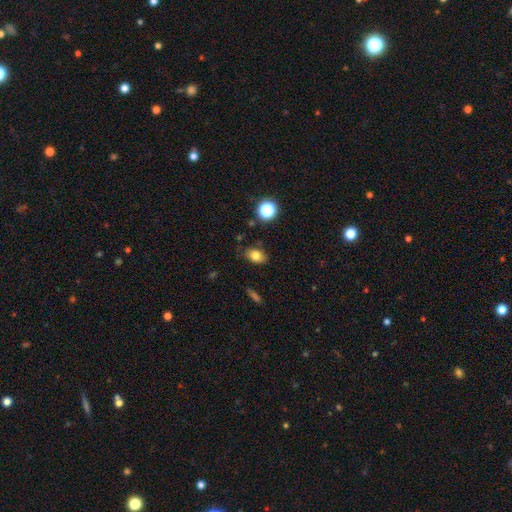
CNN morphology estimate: The model was most divided on "how rounded": in between: 79%, round: 19%, cigar-shaped: 2%. More confident: merging — none (80%); smooth or featured — smooth (78%).